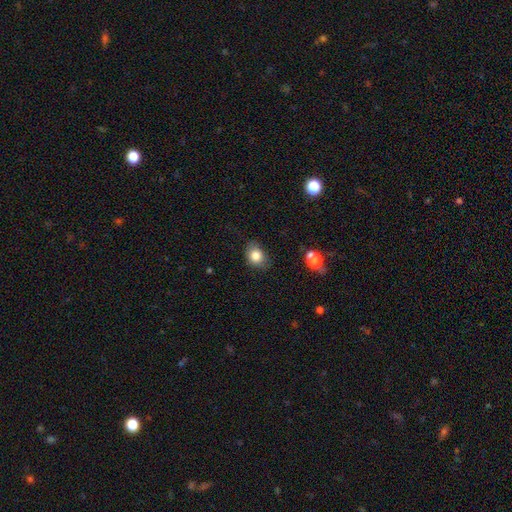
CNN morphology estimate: smooth 82%, star or artifact 10%, featured or disk 8%. Down the decision tree: how rounded — in between (51%); merging — none (76%).